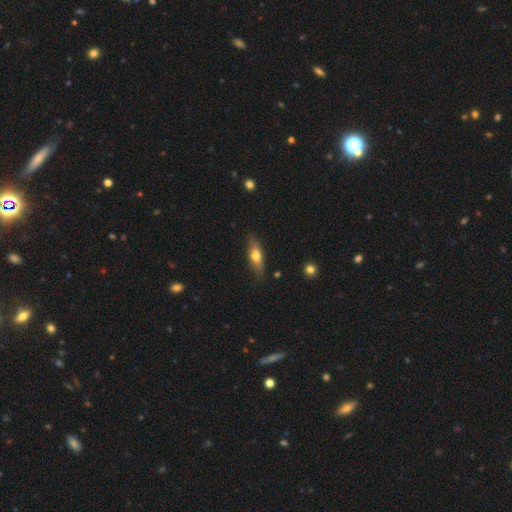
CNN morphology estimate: A smooth galaxy with no disk features (56%) that is in between round and cigar-shaped (52%). Merging: none (81%).